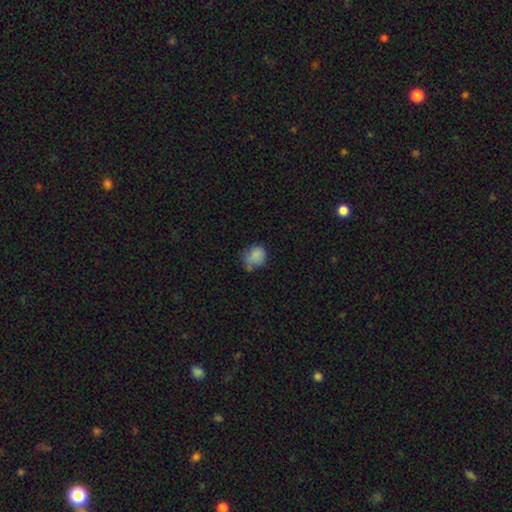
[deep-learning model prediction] The model was most divided on "merging": none: 50%, minor disturbance: 34%, major disturbance: 10%, merger: 6%. More confident: smooth or featured — smooth (81%); how rounded — round (65%).